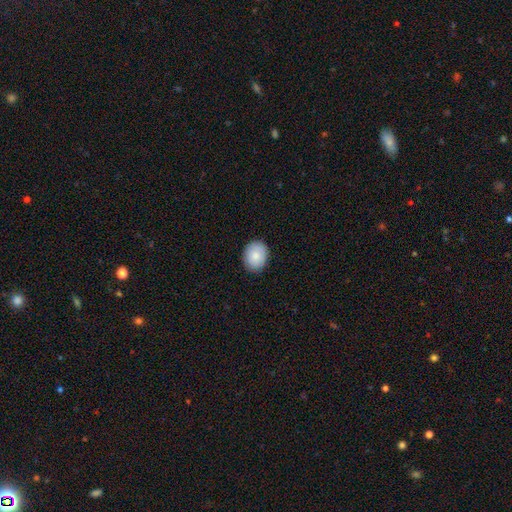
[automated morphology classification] smooth 85%, featured or disk 8%, star or artifact 7%. Down the decision tree: how rounded — in between (52%); merging — none (87%).